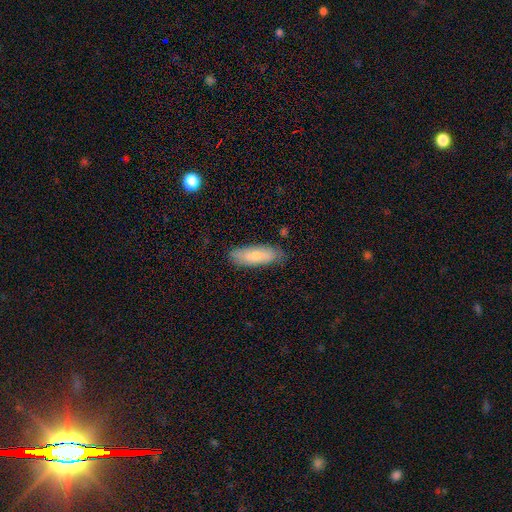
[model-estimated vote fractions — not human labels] Smooth or featured?
  - smooth: 77% *
  - featured or disk: 18%
  - star or artifact: 6%
How rounded?
  - in between: 61% *
  - cigar-shaped: 38%
  - round: 2%
Merging?
  - none: 79% *
  - minor disturbance: 16%
  - major disturbance: 3%
  - merger: 1%